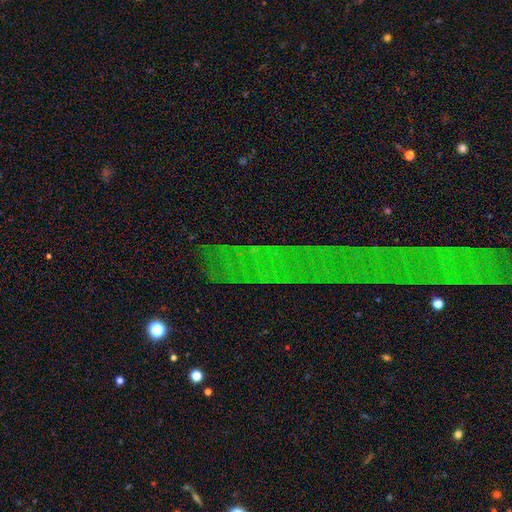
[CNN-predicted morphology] smooth-or-featured: star or artifact: 73% | featured or disk: 14% | smooth: 13%